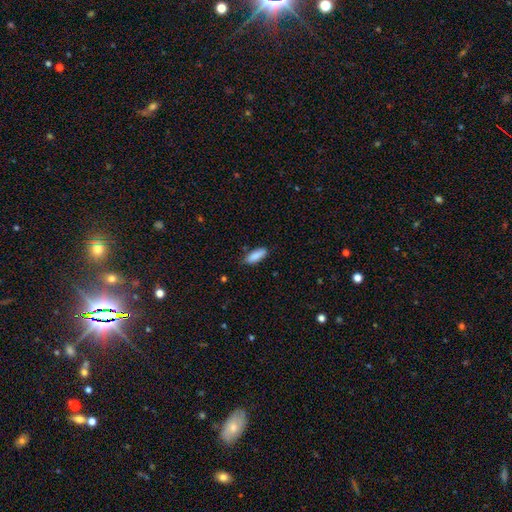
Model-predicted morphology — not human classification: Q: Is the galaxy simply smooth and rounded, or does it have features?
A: smooth — 89%.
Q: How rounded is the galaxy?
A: in between — 69%.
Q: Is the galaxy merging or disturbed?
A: none — 82%.